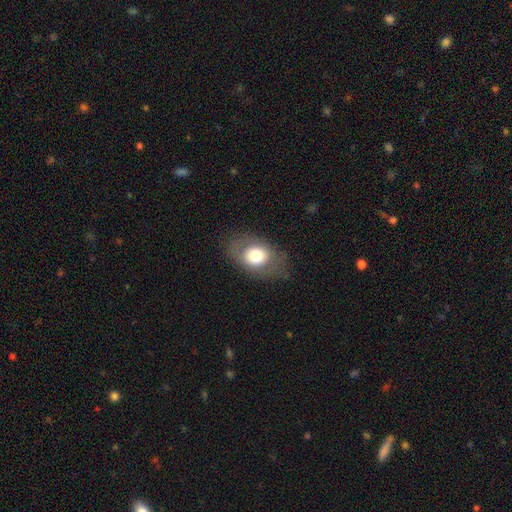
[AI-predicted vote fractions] smooth_or_featured: smooth (p=0.67) [alt: featured or disk p=0.24]
how_rounded: in between (p=0.73) [alt: round p=0.26]
merging: none (p=0.75) [alt: minor disturbance p=0.16]